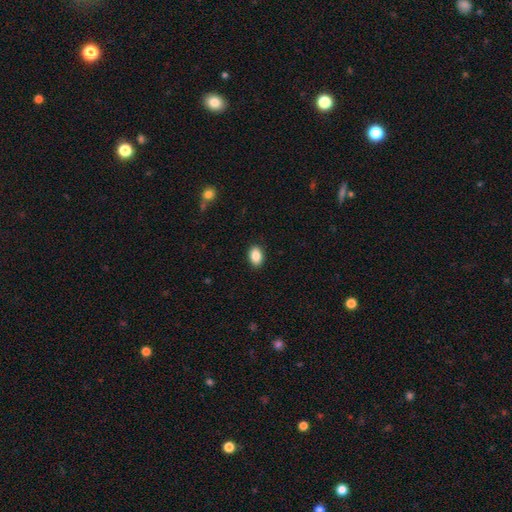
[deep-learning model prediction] smooth-or-featured: smooth: 87% | star or artifact: 8% | featured or disk: 5%
  how-rounded: in between: 83% | round: 16% | cigar-shaped: 1%
  merging: none: 90% | minor disturbance: 7% | major disturbance: 2% | merger: 1%